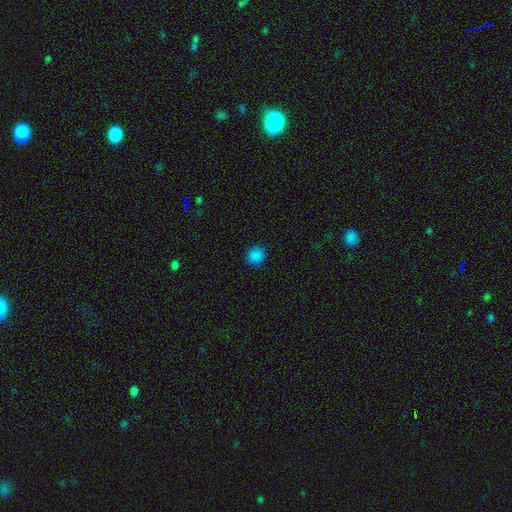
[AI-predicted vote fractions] The model was most divided on "smooth or featured": smooth: 85%, star or artifact: 12%, featured or disk: 2%. More confident: merging — none (91%); how rounded — round (90%).